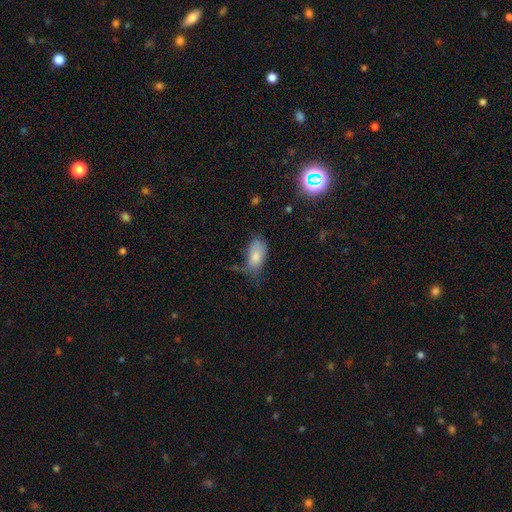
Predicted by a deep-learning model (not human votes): A smooth galaxy with no disk features (79%) that is in between round and cigar-shaped (92%). Merging: none (38%).